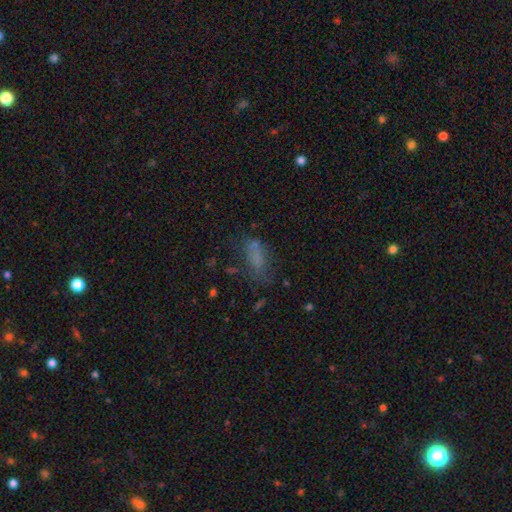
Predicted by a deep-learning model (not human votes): smooth 62%, featured or disk 19%, star or artifact 18%. Down the decision tree: how rounded — in between (68%); merging — none (47%).